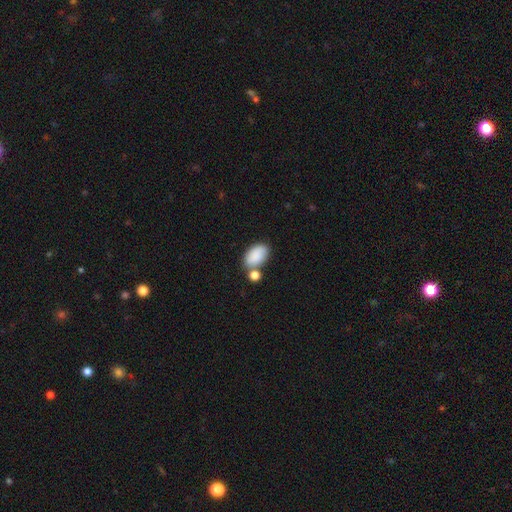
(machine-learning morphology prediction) type=smooth (83%); roundness=in between (91%); merging=none (53%).